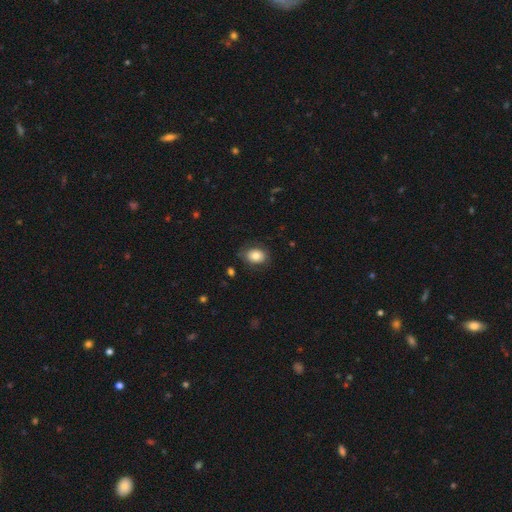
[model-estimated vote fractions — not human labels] A smooth galaxy with no disk features (77%) that is in between round and cigar-shaped (65%). Merging: none (76%).